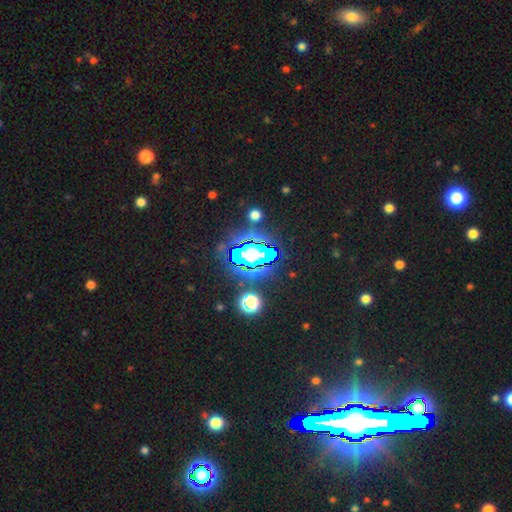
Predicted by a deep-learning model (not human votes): Smooth or featured? star or artifact (83%)